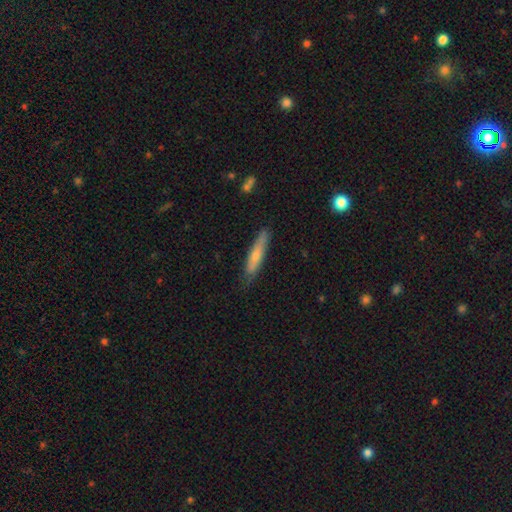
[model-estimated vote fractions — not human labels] This appears to be a smooth galaxy with no disk features (67%) that is cigar-shaped (88%). Merging: none (77%).